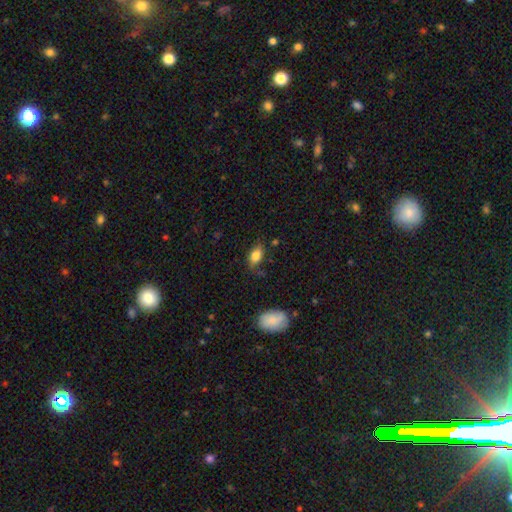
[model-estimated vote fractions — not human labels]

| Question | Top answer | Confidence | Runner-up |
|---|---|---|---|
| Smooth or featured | smooth | 80% | featured or disk (12%) |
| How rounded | in between | 86% | round (10%) |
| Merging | none | 67% | minor disturbance (24%) |